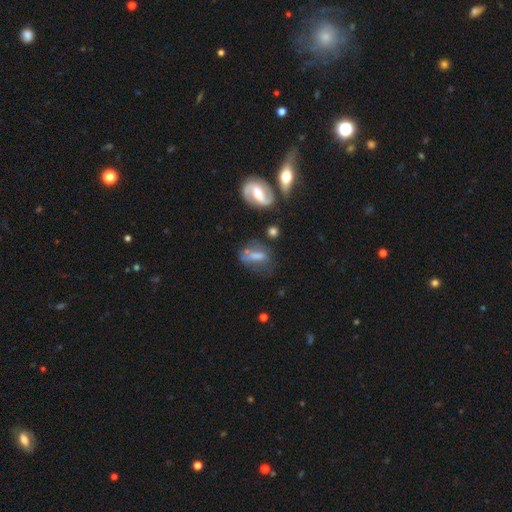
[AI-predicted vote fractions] Morphology: type=smooth (46%); merging=none (41%).